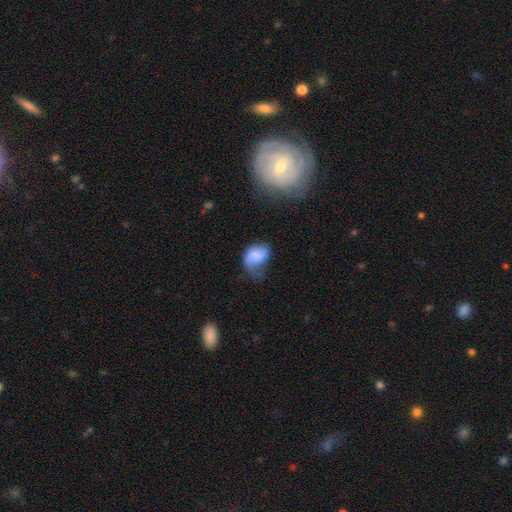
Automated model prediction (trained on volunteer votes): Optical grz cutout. It shows a smooth galaxy with no disk features (69%) that is in between round and cigar-shaped (77%). Merging: minor disturbance (37%).